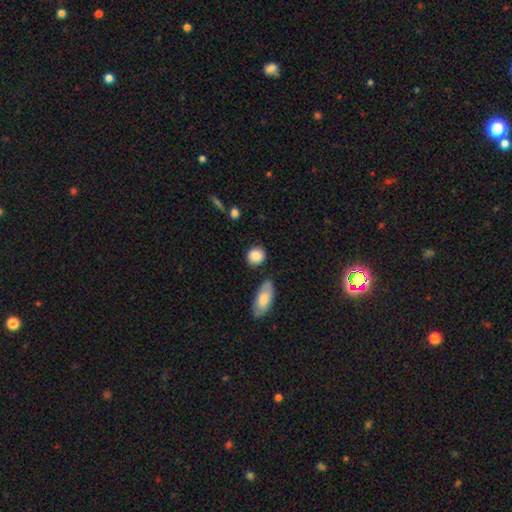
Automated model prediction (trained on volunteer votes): This appears to be a smooth galaxy with no disk features (87%) that is round (77%). Merging: none (81%).